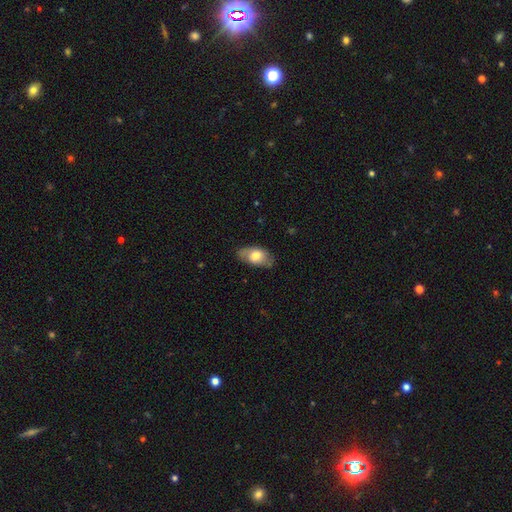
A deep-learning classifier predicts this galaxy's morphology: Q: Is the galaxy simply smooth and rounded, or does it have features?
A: smooth — 66%.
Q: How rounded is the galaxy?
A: in between — 91%.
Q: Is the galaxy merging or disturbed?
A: none — 75%.